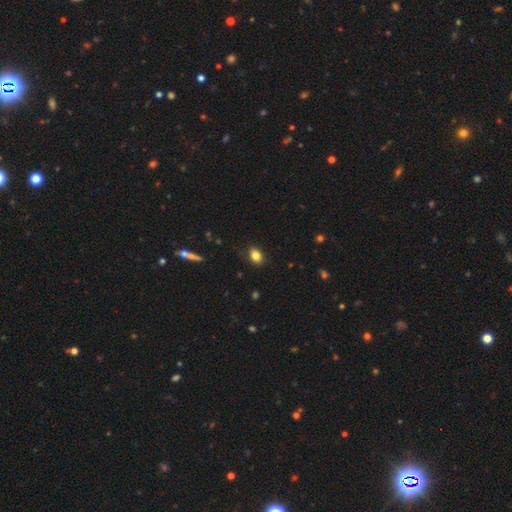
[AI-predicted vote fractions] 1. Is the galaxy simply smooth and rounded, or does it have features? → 83% smooth, 10% star or artifact, 8% featured or disk.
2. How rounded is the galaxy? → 72% in between, 27% round, 2% cigar-shaped.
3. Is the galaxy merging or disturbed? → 85% none, 12% minor disturbance, 2% major disturbance, 1% merger.